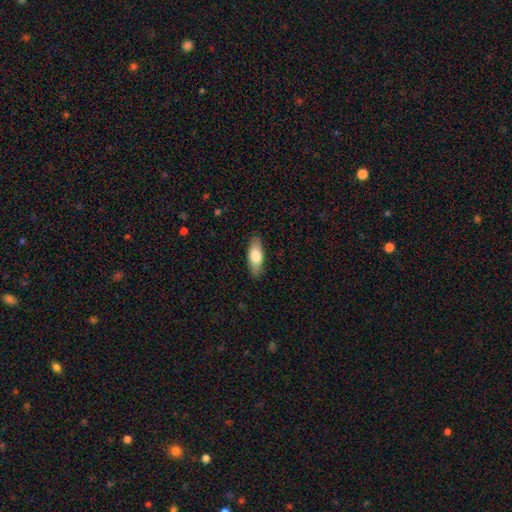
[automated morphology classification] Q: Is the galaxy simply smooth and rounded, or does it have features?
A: smooth — 73%.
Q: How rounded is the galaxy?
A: in between — 75%.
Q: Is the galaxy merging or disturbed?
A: none — 87%.